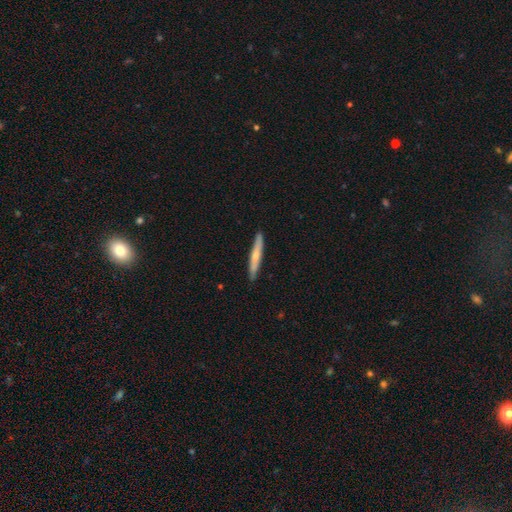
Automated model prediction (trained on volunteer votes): smooth-or-featured: smooth: 58% | featured or disk: 36% | star or artifact: 5%
  how-rounded: cigar-shaped: 94% | in between: 4% | round: 1%
  merging: none: 90% | minor disturbance: 8% | major disturbance: 1% | merger: 1%